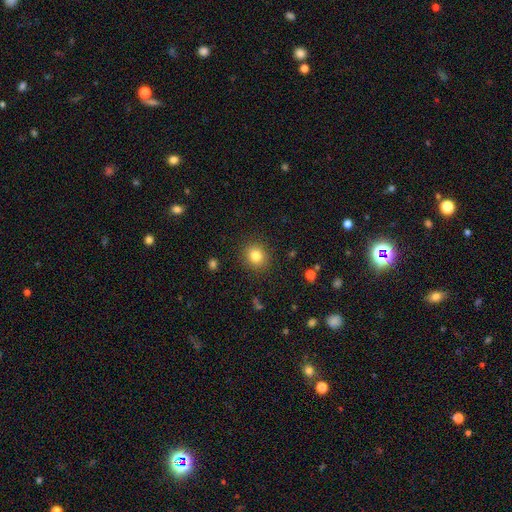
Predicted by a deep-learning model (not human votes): A smooth galaxy with no disk features (82%) that is round (84%).

Vote fractions:
- Smooth or featured? smooth: 82% / star or artifact: 11% / featured or disk: 7%
- How rounded? round: 84% / in between: 15% / cigar-shaped: 1%
- Merging? none: 89% / minor disturbance: 7% / major disturbance: 3% / merger: 1%